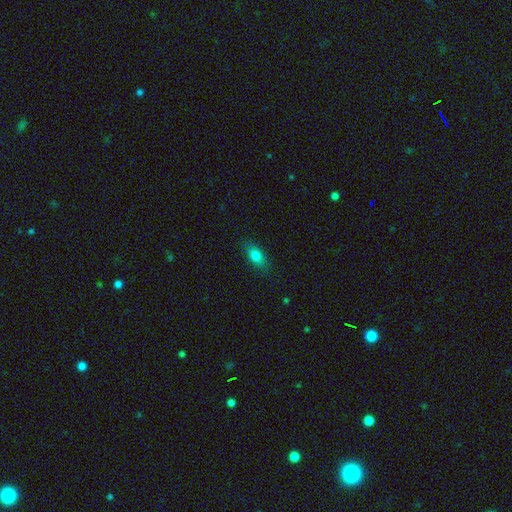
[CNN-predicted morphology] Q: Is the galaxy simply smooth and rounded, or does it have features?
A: smooth — 79%.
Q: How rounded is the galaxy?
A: in between — 81%.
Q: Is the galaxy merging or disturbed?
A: none — 84%.